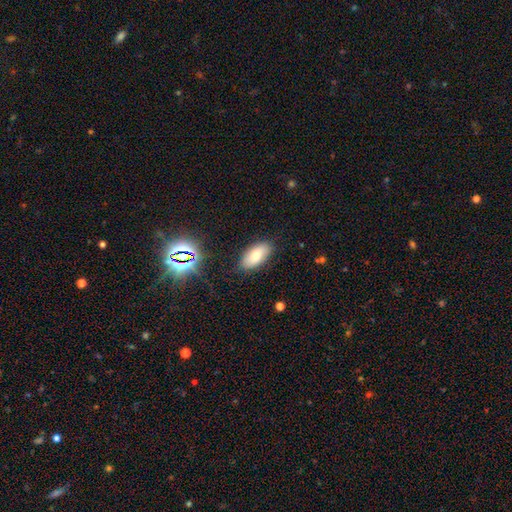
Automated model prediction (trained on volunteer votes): Q: Smooth or featured?
A: smooth (71%); runner-up: featured or disk (19%)
Q: How rounded?
A: in between (91%); runner-up: cigar-shaped (6%)
Q: Merging?
A: none (85%); runner-up: minor disturbance (11%)